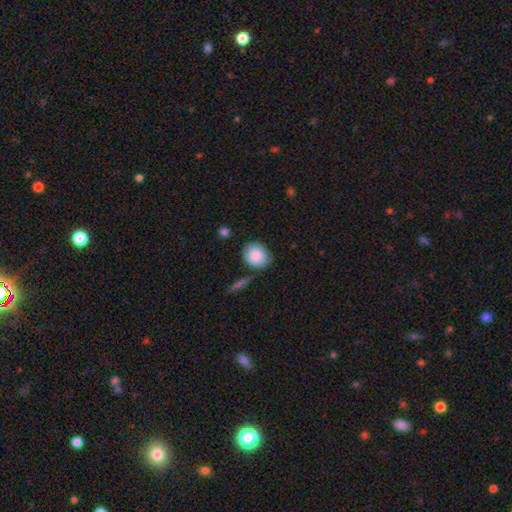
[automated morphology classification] Smooth or featured?
  - smooth: 86% *
  - featured or disk: 7%
  - star or artifact: 7%
How rounded?
  - round: 69% *
  - in between: 30%
  - cigar-shaped: 1%
Merging?
  - none: 74% *
  - minor disturbance: 17%
  - merger: 5%
  - major disturbance: 4%